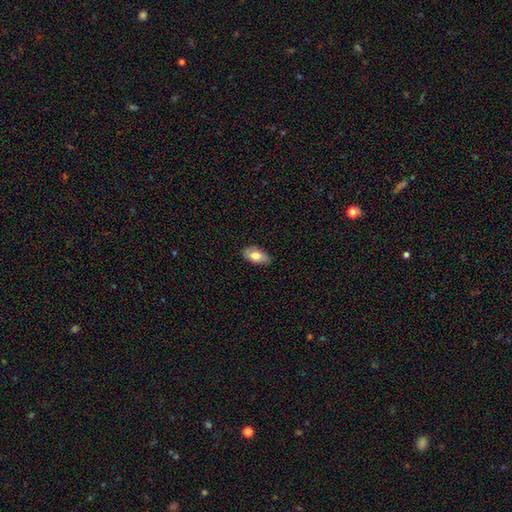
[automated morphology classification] type=smooth (76%); roundness=in between (92%); merging=none (86%).